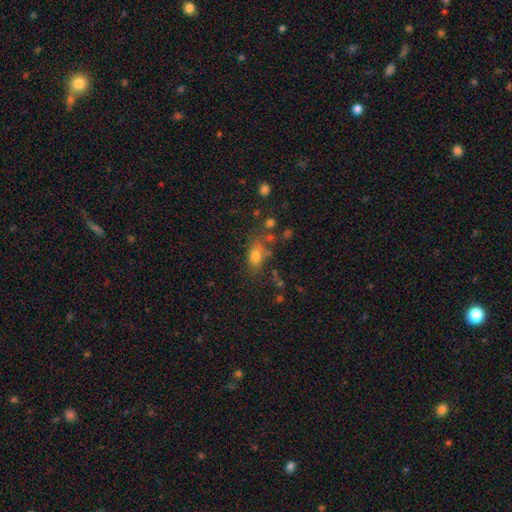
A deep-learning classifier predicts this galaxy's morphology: smooth-or-featured: smooth: 72% | star or artifact: 15% | featured or disk: 14%
  how-rounded: in between: 77% | round: 17% | cigar-shaped: 6%
  merging: none: 58% | minor disturbance: 20% | merger: 12% | major disturbance: 10%